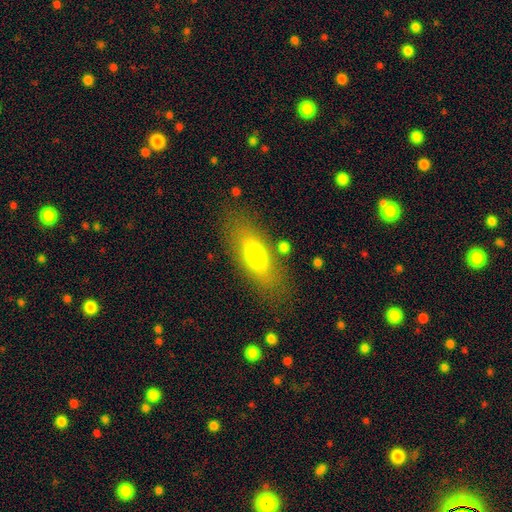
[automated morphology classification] smooth 68%, featured or disk 24%, star or artifact 9%. Down the decision tree: how rounded — in between (69%); merging — none (76%).